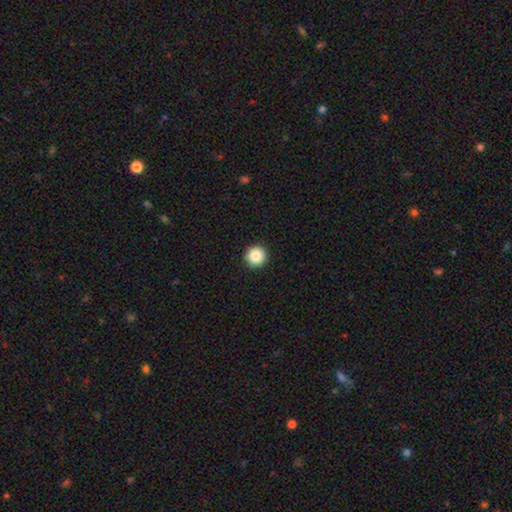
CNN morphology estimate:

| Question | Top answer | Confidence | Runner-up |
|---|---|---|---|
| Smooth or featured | smooth | 86% | star or artifact (9%) |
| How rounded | round | 96% | in between (3%) |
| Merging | none | 93% | minor disturbance (4%) |